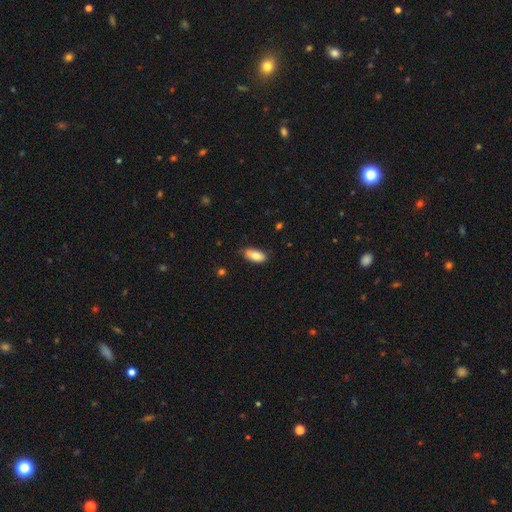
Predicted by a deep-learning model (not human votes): Q: Smooth or featured?
A: smooth (81%); runner-up: featured or disk (12%)
Q: How rounded?
A: in between (91%); runner-up: cigar-shaped (7%)
Q: Merging?
A: none (75%); runner-up: minor disturbance (20%)